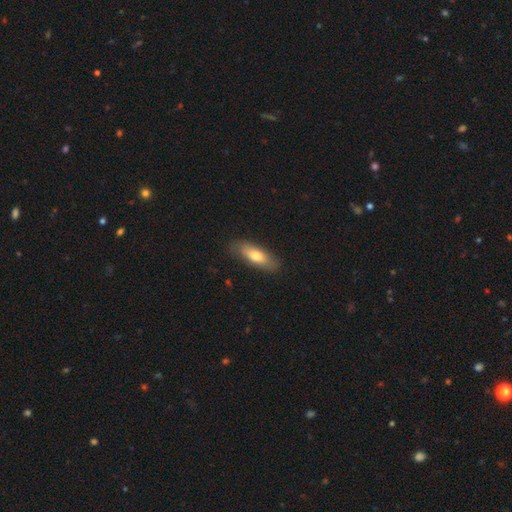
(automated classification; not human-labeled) Morphology: type=smooth (71%); roundness=in between (59%); merging=none (82%).